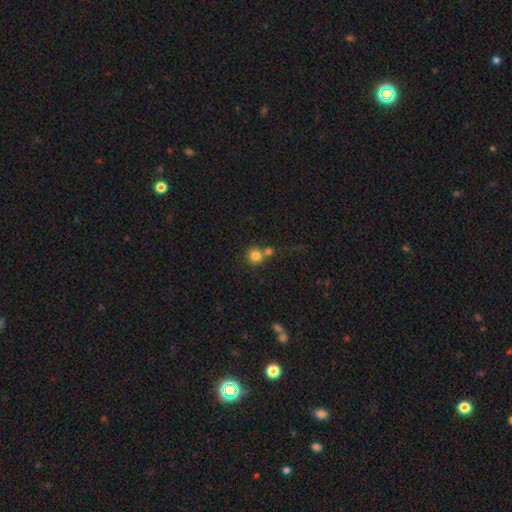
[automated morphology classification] smooth 80%, star or artifact 11%, featured or disk 8%. Down the decision tree: how rounded — round (91%); merging — none (51%).